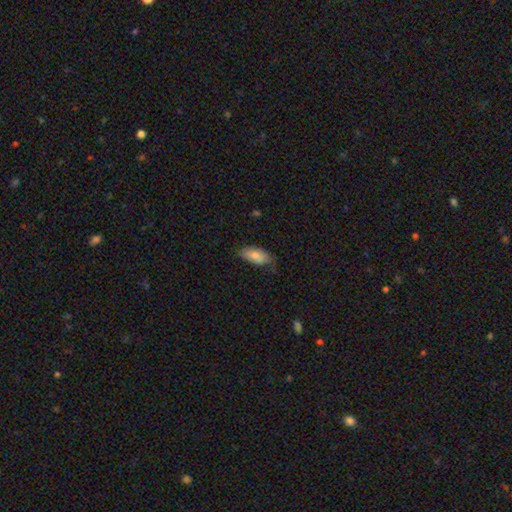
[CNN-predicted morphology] smooth_or_featured: smooth (p=0.83) [alt: featured or disk p=0.11]
how_rounded: in between (p=0.88) [alt: cigar-shaped p=0.10]
merging: none (p=0.67) [alt: minor disturbance p=0.27]